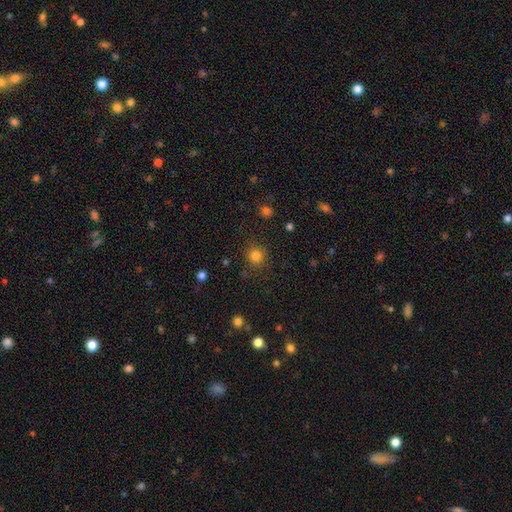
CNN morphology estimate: Smooth or featured? smooth (81%)
How rounded? round (91%)
Merging? none (86%)